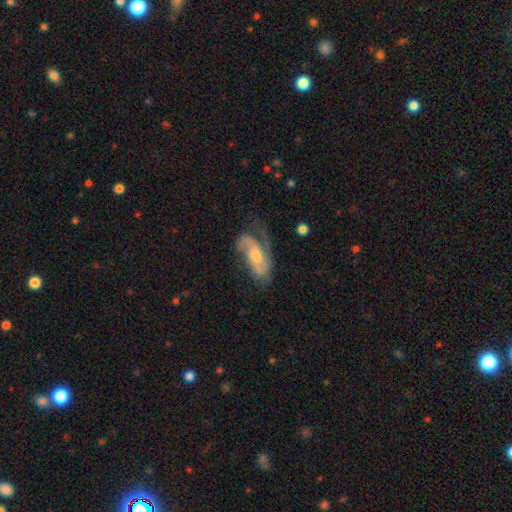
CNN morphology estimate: This appears to be a featured or disk galaxy (80%) with no bar (55%), 2 (71%) medium (46%) spiral arms (94%) and a moderate central bulge (54%). Merging: none (51%).